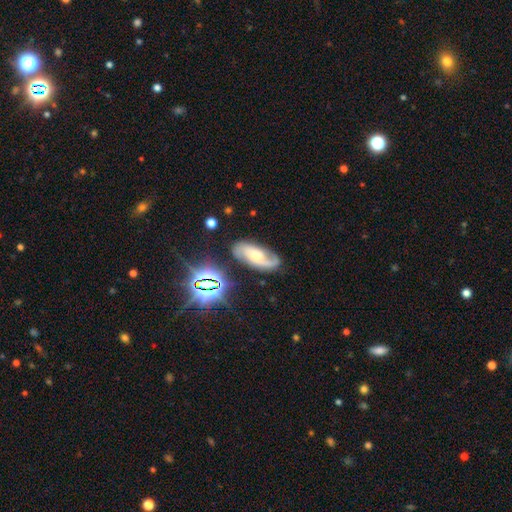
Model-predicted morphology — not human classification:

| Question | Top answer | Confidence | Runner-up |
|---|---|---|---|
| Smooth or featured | featured or disk | 72% | smooth (14%) |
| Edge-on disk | no | 93% | yes (7%) |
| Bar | no | 57% | weak (31%) |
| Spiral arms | yes | 94% | no (6%) |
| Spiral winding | medium | 44% | loose (31%) |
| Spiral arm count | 2 | 81% | 1 (8%) |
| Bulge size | moderate | 62% | small (26%) |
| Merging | none | 74% | minor disturbance (17%) |